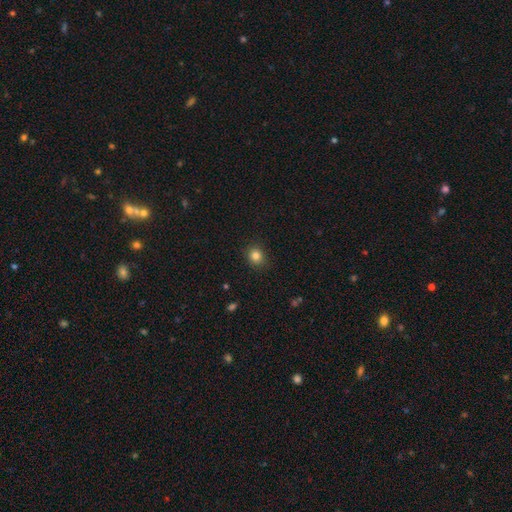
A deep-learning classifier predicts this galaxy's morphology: Overall: smooth (83%). How rounded: round (80%). Merging: none (88%).